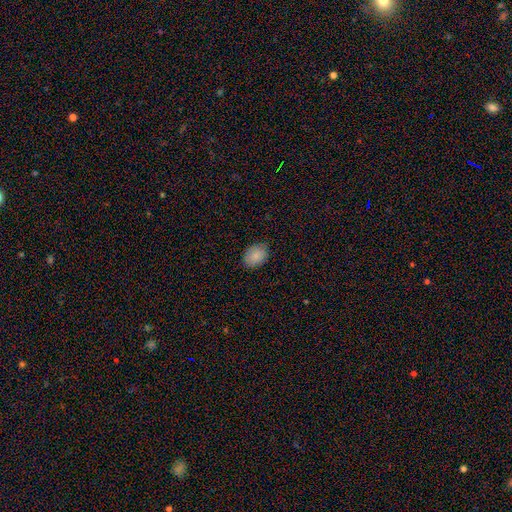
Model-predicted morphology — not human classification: Smooth or featured? Predicted: smooth (p=0.86). How rounded? Predicted: in between (p=0.66). Merging? Predicted: none (p=0.82).